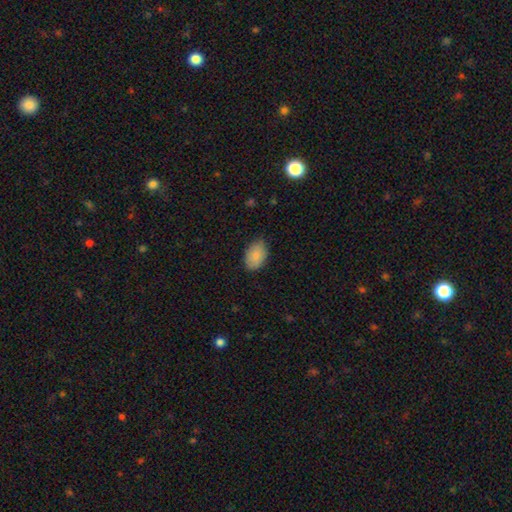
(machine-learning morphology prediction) type=smooth (86%); roundness=in between (88%); merging=none (80%).